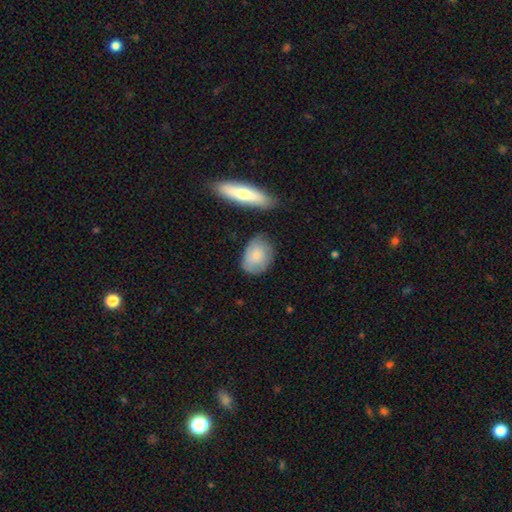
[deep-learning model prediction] This is likely a smooth galaxy (72%). How rounded: likely in between (74%). Merging: likely none (68%).